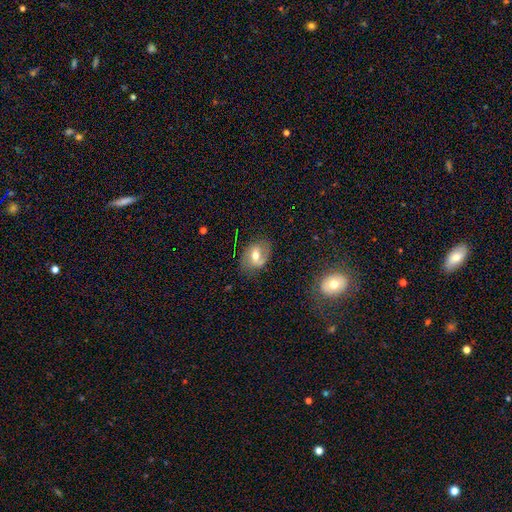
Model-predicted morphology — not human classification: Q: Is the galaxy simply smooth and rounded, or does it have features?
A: featured or disk — 61%.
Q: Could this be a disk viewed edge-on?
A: no — 95%.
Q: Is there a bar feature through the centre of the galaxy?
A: weak — 47%.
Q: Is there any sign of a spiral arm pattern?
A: yes — 78%.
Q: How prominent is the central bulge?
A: moderate — 72%.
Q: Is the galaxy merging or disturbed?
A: none — 70%.